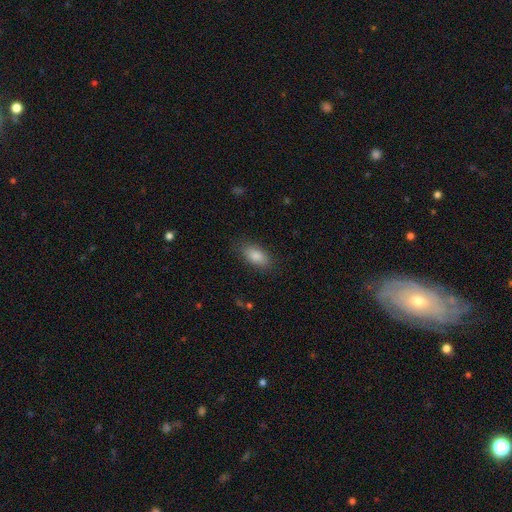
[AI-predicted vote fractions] Morphology: type=smooth (84%); roundness=in between (89%); merging=none (85%).